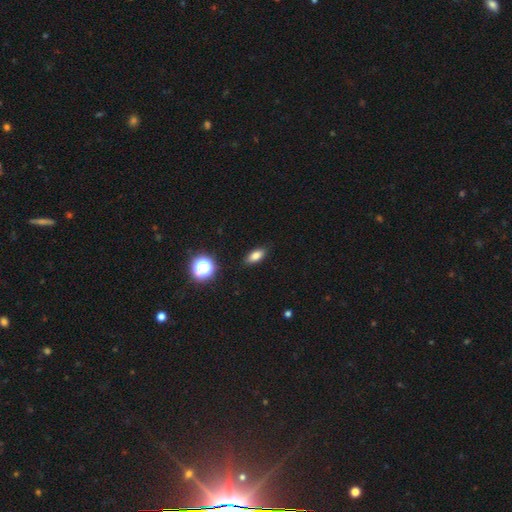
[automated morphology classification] The model was most divided on "smooth or featured": smooth: 79%, star or artifact: 12%, featured or disk: 9%. More confident: merging — none (87%); how rounded — in between (80%).